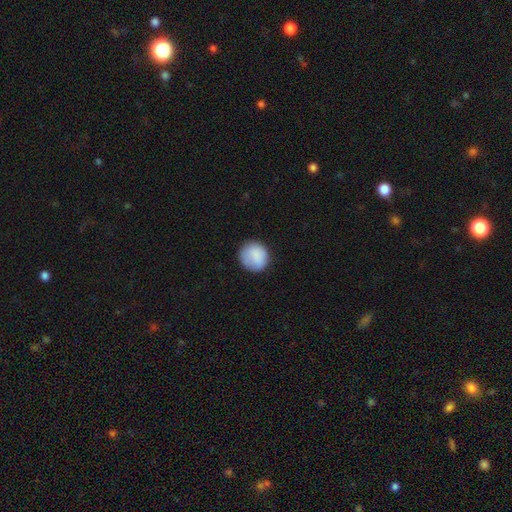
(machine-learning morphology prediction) A smooth galaxy with no disk features (86%) that is round (88%).

Vote fractions:
- Smooth or featured? smooth: 86% / star or artifact: 7% / featured or disk: 6%
- How rounded? round: 88% / in between: 11% / cigar-shaped: 1%
- Merging? none: 80% / minor disturbance: 15% / major disturbance: 4% / merger: 1%